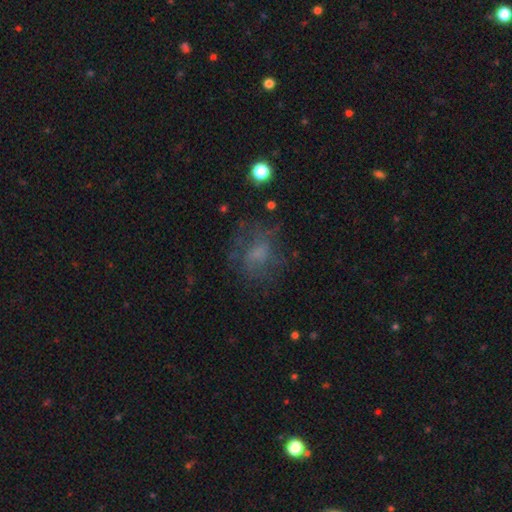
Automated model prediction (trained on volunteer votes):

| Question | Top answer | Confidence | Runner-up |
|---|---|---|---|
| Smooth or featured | smooth | 46% | featured or disk (36%) |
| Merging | none | 58% | major disturbance (21%) |